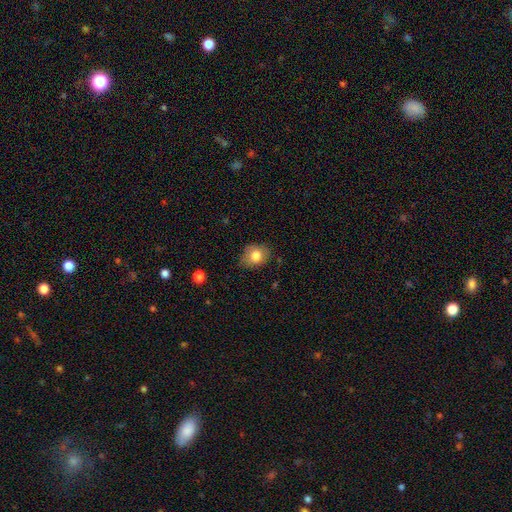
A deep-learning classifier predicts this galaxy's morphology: smooth_or_featured: smooth (p=0.80) [alt: featured or disk p=0.11]
how_rounded: round (p=0.54) [alt: in between p=0.45]
merging: none (p=0.74) [alt: minor disturbance p=0.21]